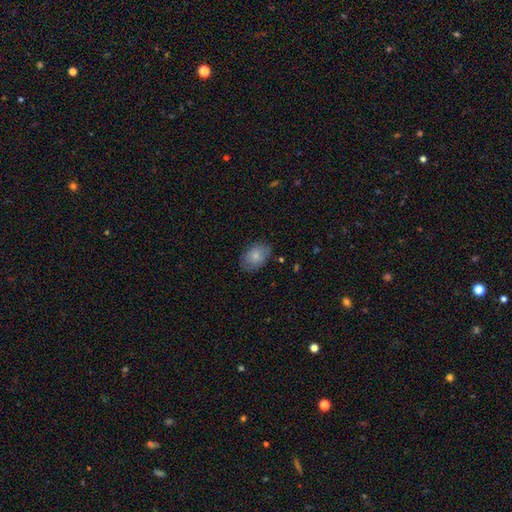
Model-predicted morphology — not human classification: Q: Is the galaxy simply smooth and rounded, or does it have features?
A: smooth — 81%.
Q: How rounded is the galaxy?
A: in between — 82%.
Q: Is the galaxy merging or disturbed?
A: none — 78%.